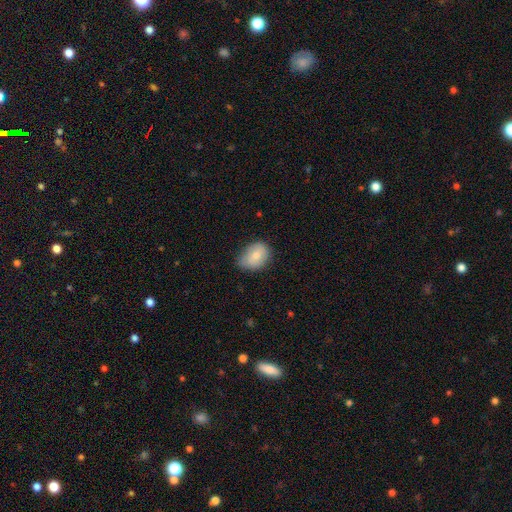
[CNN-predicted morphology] This is likely a smooth galaxy (79%). How rounded: likely in between (70%). Merging: possibly none (59%).